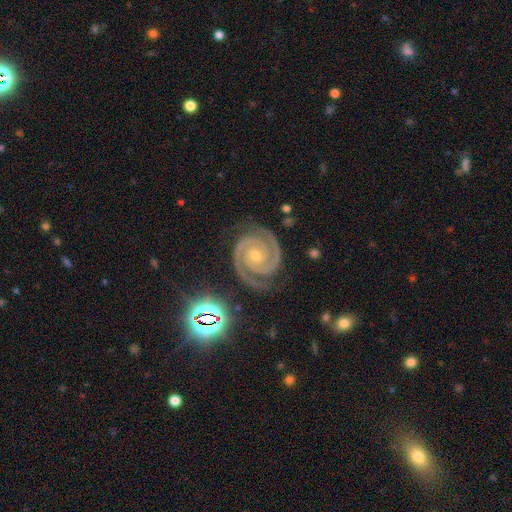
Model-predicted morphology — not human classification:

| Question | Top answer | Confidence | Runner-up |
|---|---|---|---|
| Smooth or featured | featured or disk | 93% | star or artifact (5%) |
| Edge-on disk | no | 98% | yes (2%) |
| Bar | no | 65% | weak (23%) |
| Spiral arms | yes | 99% | no (1%) |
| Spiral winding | tight | 78% | medium (20%) |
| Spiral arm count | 2 | 92% | 3 (3%) |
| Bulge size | small | 65% | moderate (32%) |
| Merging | none | 84% | minor disturbance (12%) |